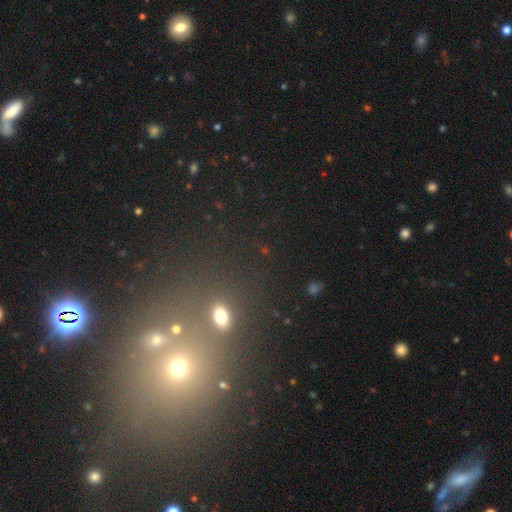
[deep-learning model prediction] Smooth or featured: star or artifact — 61% (smooth — 29%)